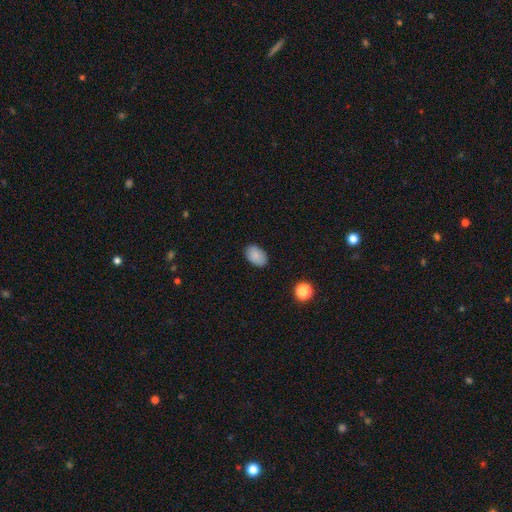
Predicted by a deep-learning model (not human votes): Q: Smooth or featured?
A: smooth (87%); runner-up: star or artifact (8%)
Q: How rounded?
A: in between (88%); runner-up: round (11%)
Q: Merging?
A: none (86%); runner-up: minor disturbance (10%)